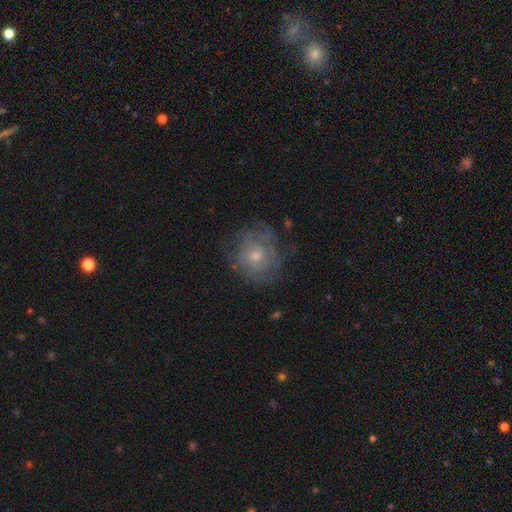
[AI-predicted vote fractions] Smooth or featured? Predicted: featured or disk (p=0.52). Edge-on disk? Predicted: no (p=0.97). Bar? Predicted: no (p=0.83). Spiral arms? Predicted: yes (p=0.58). Bulge size? Predicted: small (p=0.49). Merging? Predicted: none (p=0.63).